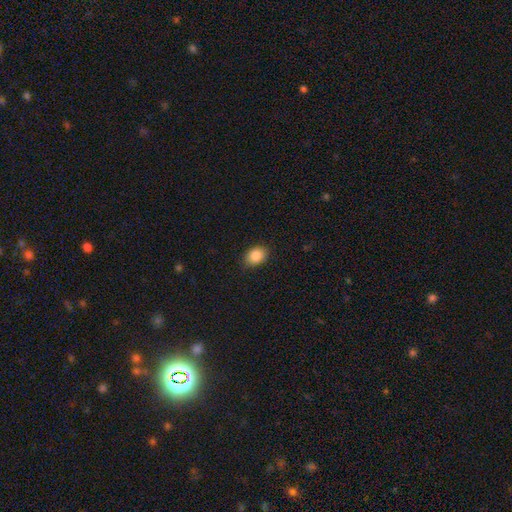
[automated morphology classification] This is clearly a smooth galaxy (88%). How rounded: likely in between (75%). Merging: clearly none (84%).